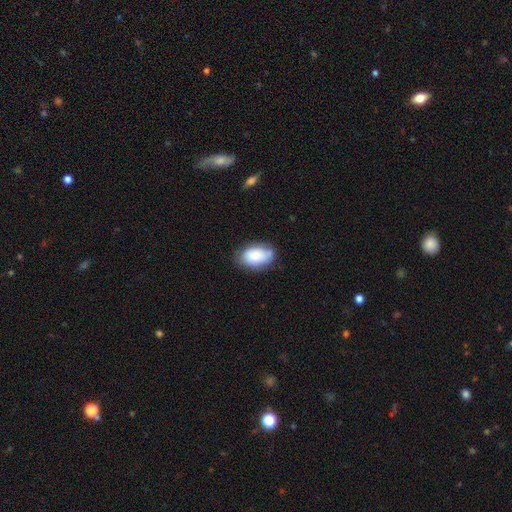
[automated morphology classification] Smooth or featured? smooth (81%)
How rounded? in between (91%)
Merging? none (67%)